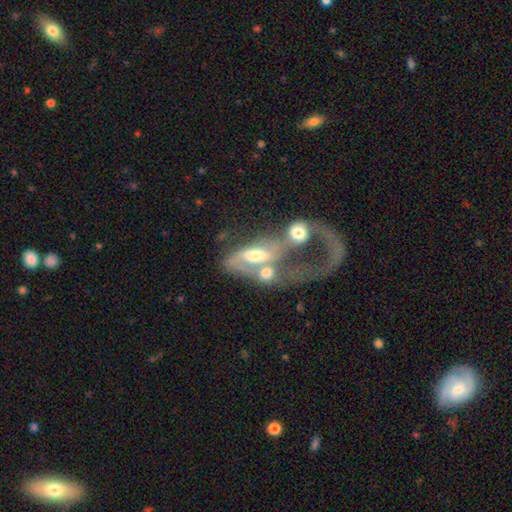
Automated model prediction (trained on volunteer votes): Morphology: type=featured or disk (65%); edge-on=no (89%); bar=no (51%); spiral arms=yes (66%); bulge=moderate (55%); merging=merger (70%).